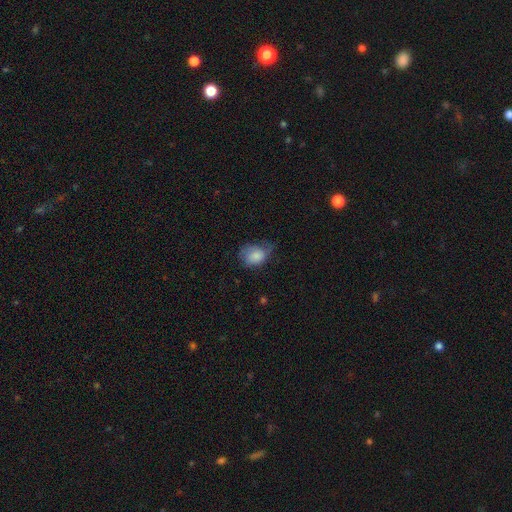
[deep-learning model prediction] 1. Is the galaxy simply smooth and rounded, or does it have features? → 79% smooth, 14% featured or disk, 8% star or artifact.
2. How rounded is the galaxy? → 65% in between, 33% round, 1% cigar-shaped.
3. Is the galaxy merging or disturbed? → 40% minor disturbance, 37% none, 21% major disturbance, 2% merger.